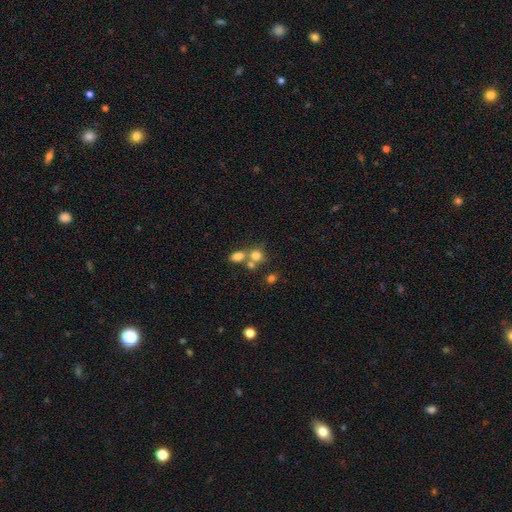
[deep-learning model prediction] This appears to be a smooth galaxy with no disk features (74%) that is round (70%). Merging: merger (47%).